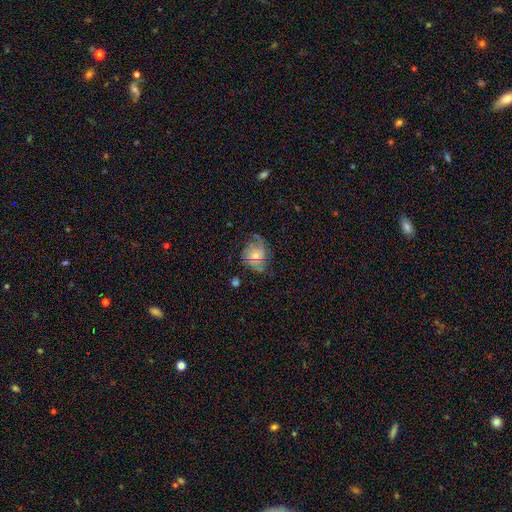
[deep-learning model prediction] This appears to be a featured or disk galaxy (48%). Merging: none (52%).